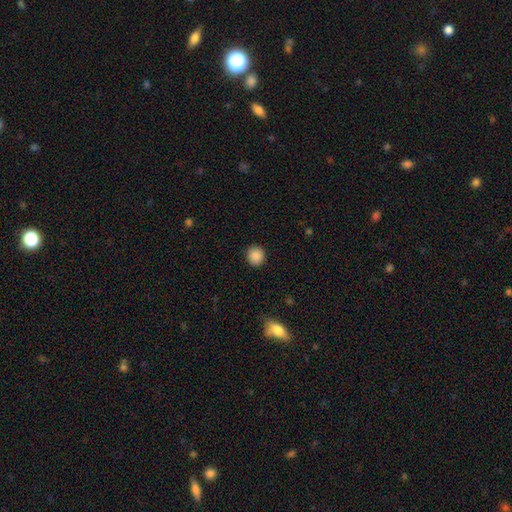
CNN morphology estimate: Smooth or featured? smooth (88%)
How rounded? round (89%)
Merging? none (91%)